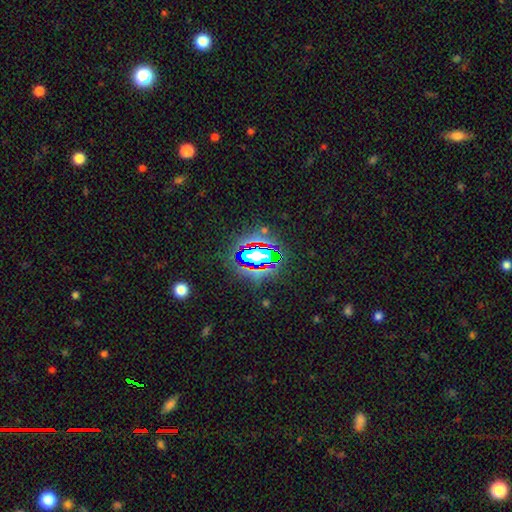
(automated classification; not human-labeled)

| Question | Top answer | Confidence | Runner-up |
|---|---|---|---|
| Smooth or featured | star or artifact | 68% | smooth (19%) |